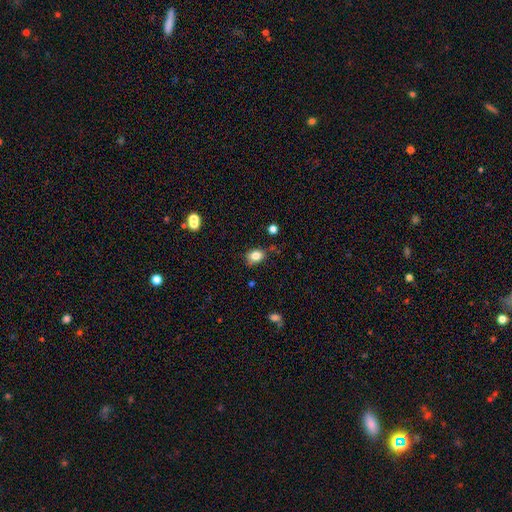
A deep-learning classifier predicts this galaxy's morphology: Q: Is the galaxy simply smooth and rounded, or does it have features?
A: smooth — 82%.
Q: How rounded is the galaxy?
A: in between — 63%.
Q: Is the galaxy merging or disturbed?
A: none — 71%.